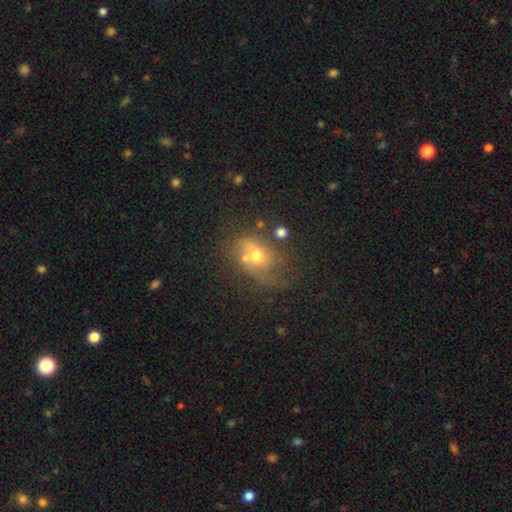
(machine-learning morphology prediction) This appears to be a smooth galaxy with no disk features (49%). Merging: none (32%).